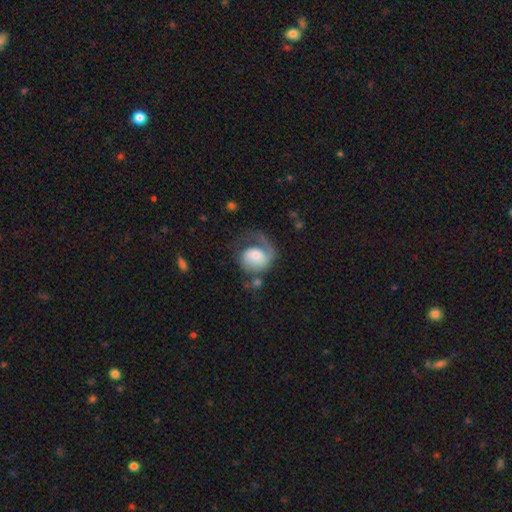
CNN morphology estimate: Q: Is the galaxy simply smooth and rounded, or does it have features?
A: featured or disk — 62%.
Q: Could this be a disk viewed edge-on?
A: no — 98%.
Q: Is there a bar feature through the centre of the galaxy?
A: no — 65%.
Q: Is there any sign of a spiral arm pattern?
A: yes — 87%.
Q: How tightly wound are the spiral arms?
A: medium — 40%.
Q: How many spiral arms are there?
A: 1 — 70%.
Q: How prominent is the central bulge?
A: moderate — 47%.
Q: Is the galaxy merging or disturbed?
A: major disturbance — 38%, tied with none.